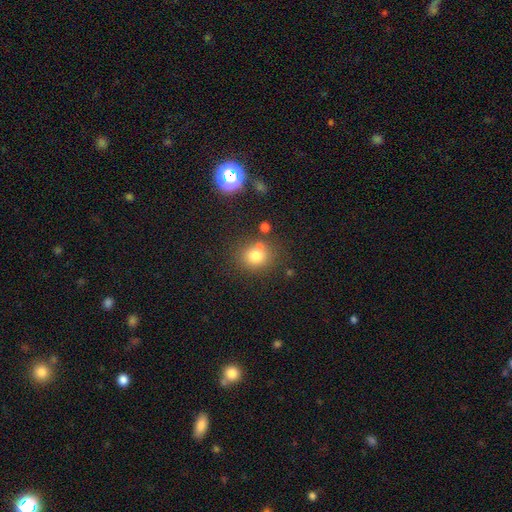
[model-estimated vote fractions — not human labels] This is likely a smooth galaxy (76%). How rounded: likely round (78%). Merging: likely none (68%).